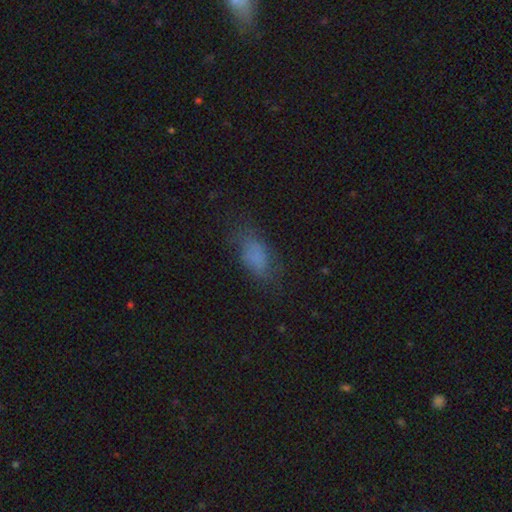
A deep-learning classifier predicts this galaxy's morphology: Smooth or featured: smooth — 74% (featured or disk — 13%)
How rounded: in between — 85% (cigar-shaped — 9%)
Merging: none — 64% (minor disturbance — 22%)